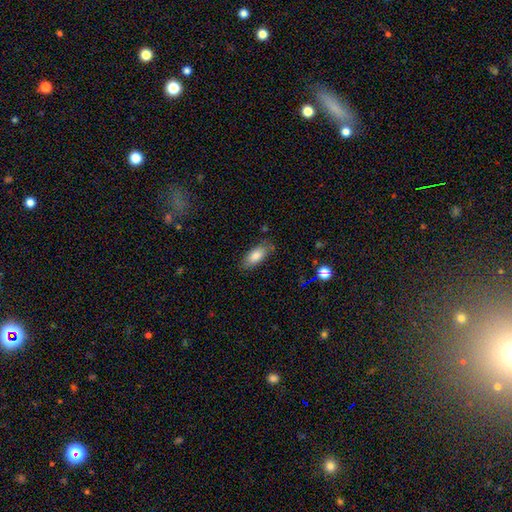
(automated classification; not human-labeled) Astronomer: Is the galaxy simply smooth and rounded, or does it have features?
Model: smooth — 82%.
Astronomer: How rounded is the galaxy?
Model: in between — 83%.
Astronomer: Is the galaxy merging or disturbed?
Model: none — 79%.